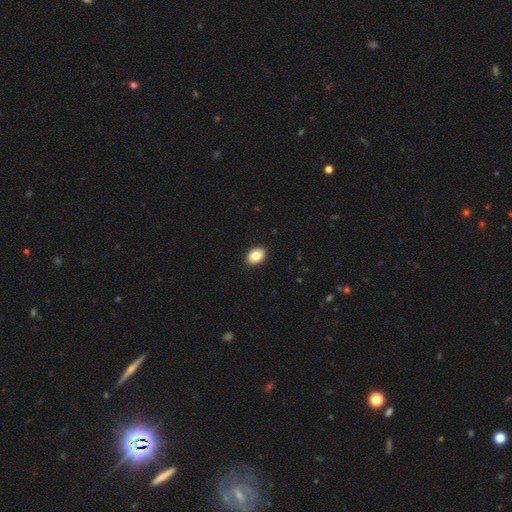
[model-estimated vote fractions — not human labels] smooth_or_featured: smooth (p=0.87) [alt: star or artifact p=0.08]
how_rounded: in between (p=0.78) [alt: round p=0.21]
merging: none (p=0.92) [alt: minor disturbance p=0.06]